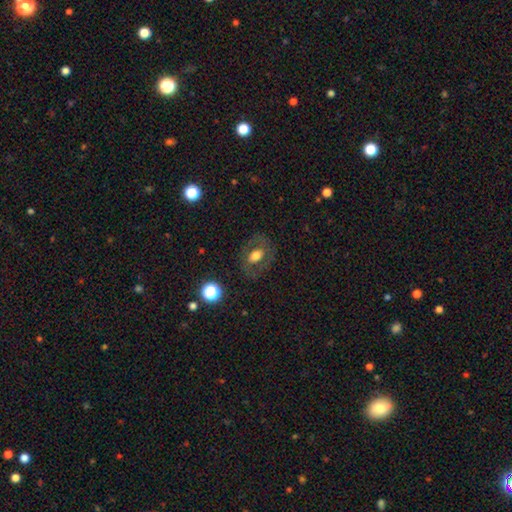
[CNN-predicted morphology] Q: Smooth or featured?
A: smooth (51%); runner-up: featured or disk (38%)
Q: How rounded?
A: in between (70%); runner-up: round (29%)
Q: Merging?
A: none (76%); runner-up: minor disturbance (13%)